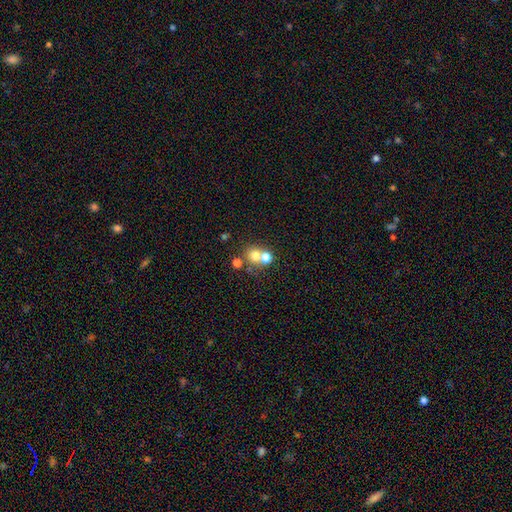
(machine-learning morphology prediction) smooth-or-featured: smooth: 69% | star or artifact: 16% | featured or disk: 16%
  how-rounded: round: 84% | in between: 16% | cigar-shaped: 1%
  merging: merger: 47% | none: 44% | minor disturbance: 6% | major disturbance: 3%